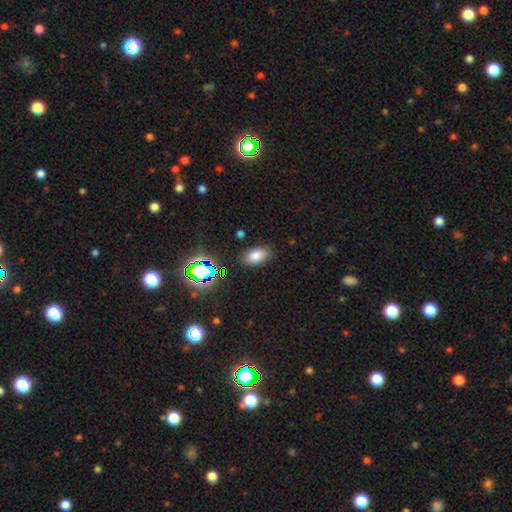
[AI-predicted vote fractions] This is likely a smooth galaxy (75%). How rounded: clearly in between (91%). Merging: clearly none (85%).